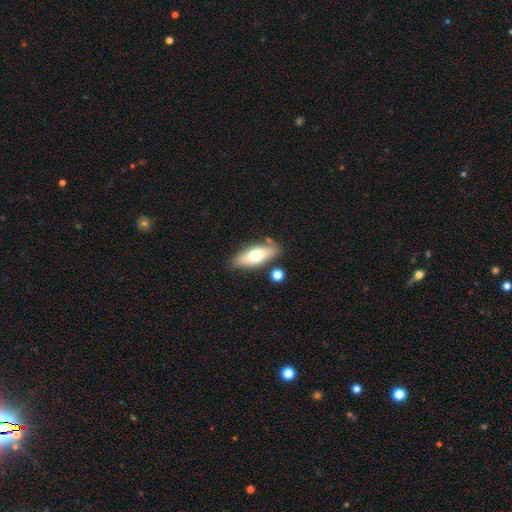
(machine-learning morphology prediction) A smooth galaxy with no disk features (63%) that is in between round and cigar-shaped (70%). Merging: none (80%).